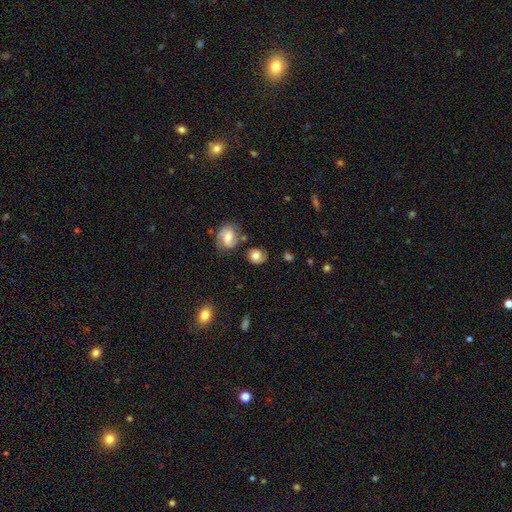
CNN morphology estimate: smooth-or-featured: smooth: 62% | featured or disk: 29% | star or artifact: 9%
  how-rounded: round: 72% | in between: 27% | cigar-shaped: 1%
  merging: none: 67% | minor disturbance: 18% | merger: 8% | major disturbance: 7%